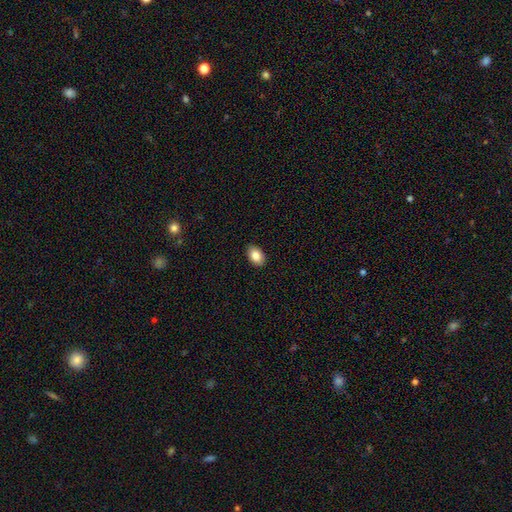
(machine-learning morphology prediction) This appears to be a smooth galaxy with no disk features (85%) that is in between round and cigar-shaped (87%). Merging: none (90%).